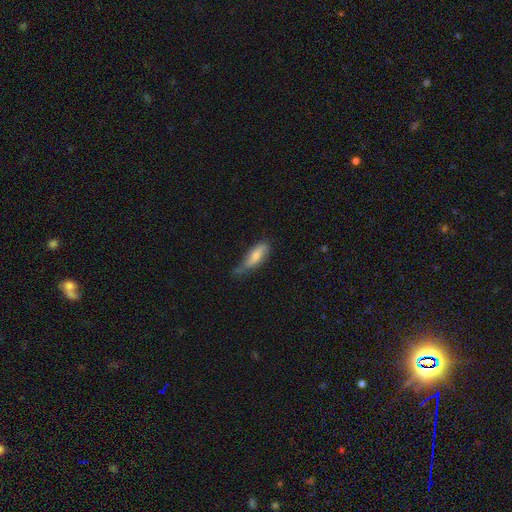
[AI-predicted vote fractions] Q: Smooth or featured?
A: smooth (76%); runner-up: featured or disk (18%)
Q: How rounded?
A: in between (63%); runner-up: cigar-shaped (35%)
Q: Merging?
A: minor disturbance (44%); runner-up: none (38%)